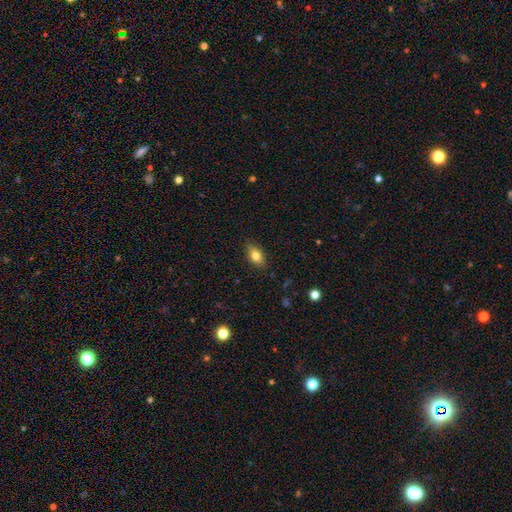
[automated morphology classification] Smooth or featured: smooth — 79% (featured or disk — 12%)
How rounded: in between — 85% (round — 9%)
Merging: none — 84% (minor disturbance — 13%)